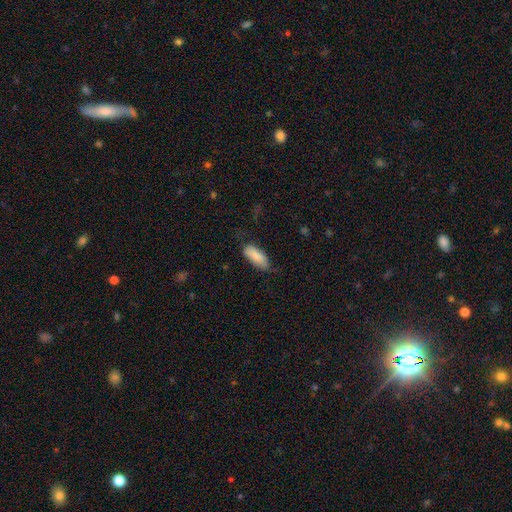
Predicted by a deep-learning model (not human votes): Smooth or featured?
  - smooth: 87% *
  - featured or disk: 7%
  - star or artifact: 6%
How rounded?
  - in between: 81% *
  - cigar-shaped: 17%
  - round: 2%
Merging?
  - none: 62% *
  - minor disturbance: 28%
  - major disturbance: 7%
  - merger: 2%